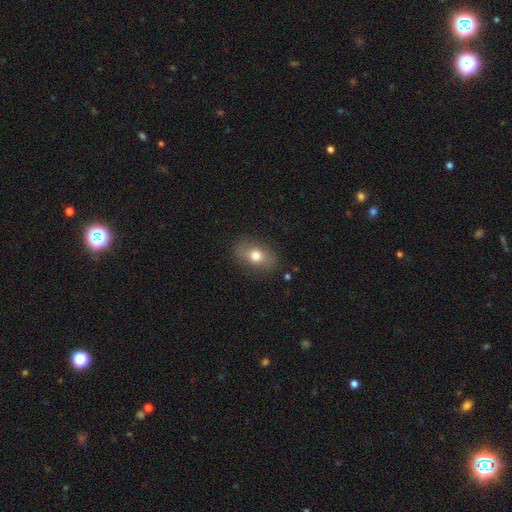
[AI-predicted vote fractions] smooth 70%, featured or disk 22%, star or artifact 8%. Down the decision tree: how rounded — in between (80%); merging — none (81%).